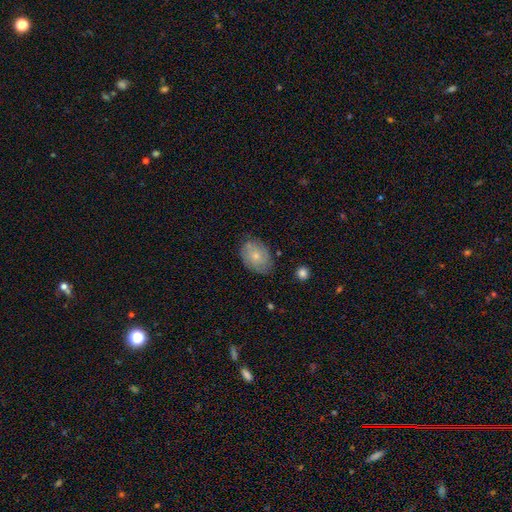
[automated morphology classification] type=smooth (58%); roundness=in between (77%); merging=none (72%).